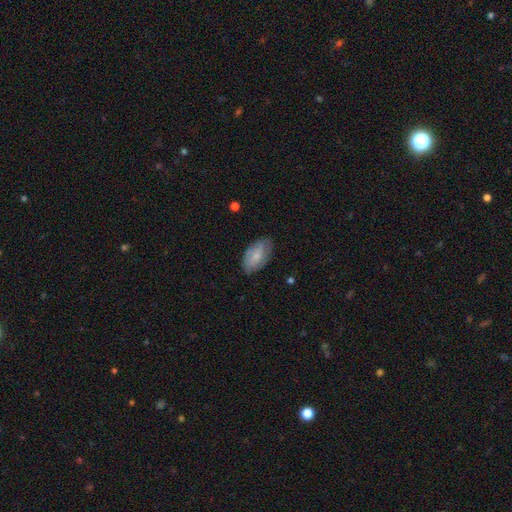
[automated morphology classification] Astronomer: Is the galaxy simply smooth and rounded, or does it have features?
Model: smooth — 70%.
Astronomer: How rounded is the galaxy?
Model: in between — 94%.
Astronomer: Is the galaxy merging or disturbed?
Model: none — 74%.